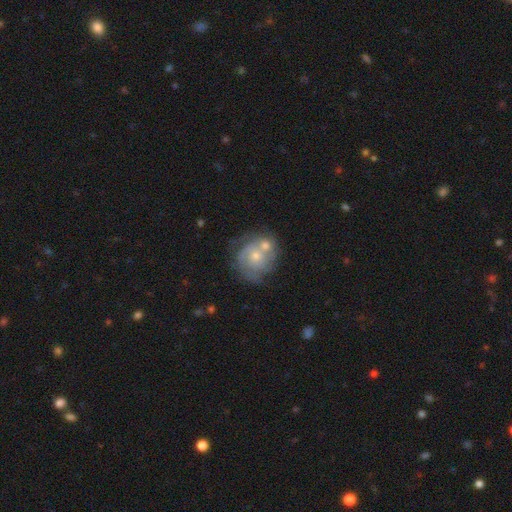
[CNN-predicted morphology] This is likely a featured or disk galaxy (67%). It is clearly not viewed edge-on (98%). Bar: clearly no (81%). Spiral arm pattern: likely yes (80%). Spiral arm count: marginally can't tell (35%, tied with 2). Spiral winding: possibly tight (58%). Central bulge: possibly small (59%). Merging: marginally none (39%).